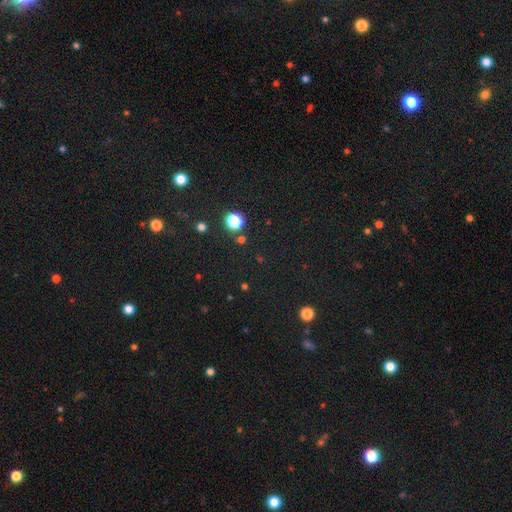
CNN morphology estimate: type=star or artifact (68%).